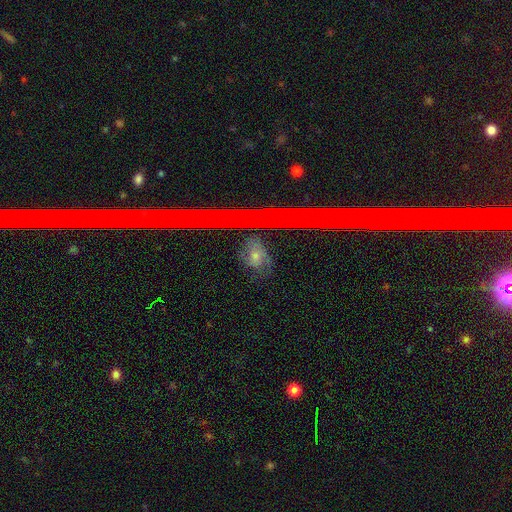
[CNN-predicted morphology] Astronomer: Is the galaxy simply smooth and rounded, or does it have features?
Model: star or artifact — 36% (runner-up: smooth, 33%).